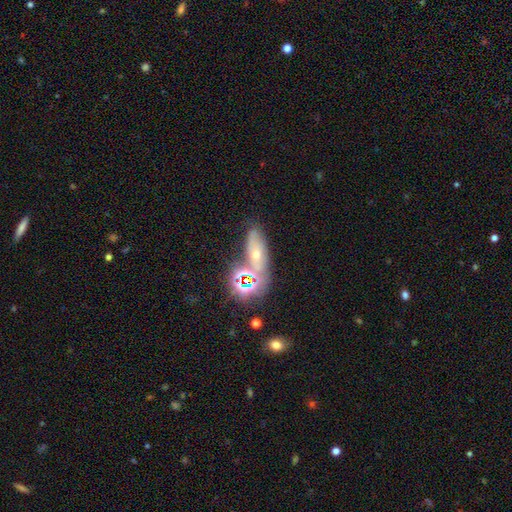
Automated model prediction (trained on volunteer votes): Q: Smooth or featured?
A: star or artifact (36%); runner-up: smooth (34%)